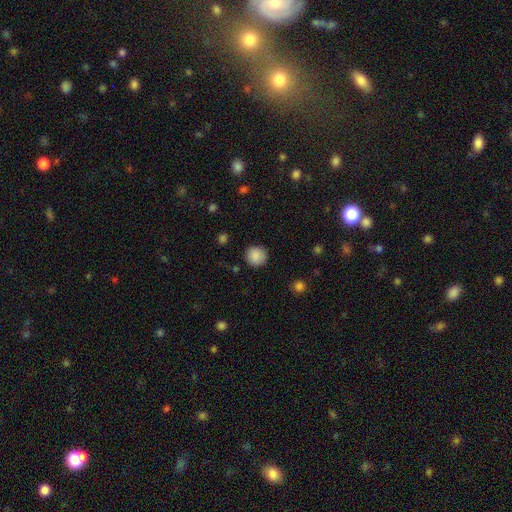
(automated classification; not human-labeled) Morphology: type=smooth (88%); roundness=round (93%); merging=none (88%).